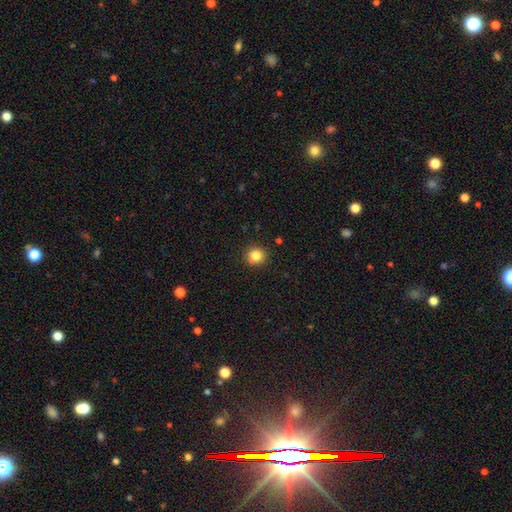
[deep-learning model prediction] This appears to be a smooth galaxy with no disk features (84%) that is round (90%). Merging: none (91%).